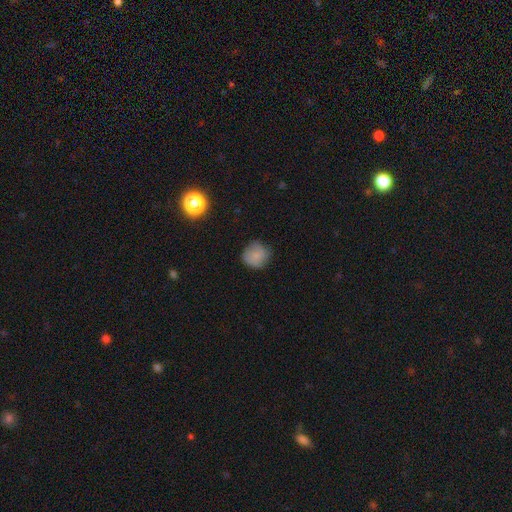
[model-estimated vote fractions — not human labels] A smooth galaxy with no disk features (78%) that is round (87%). Merging: none (73%).